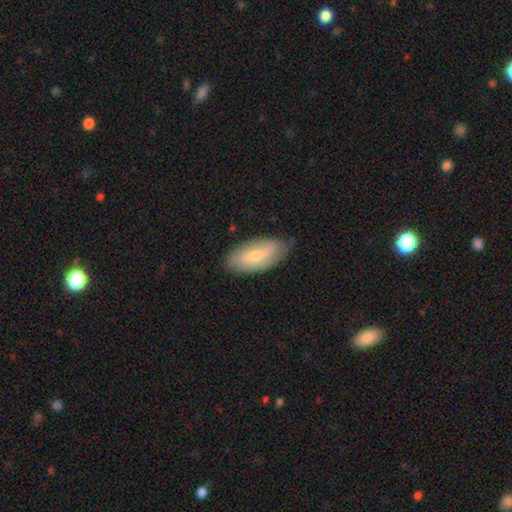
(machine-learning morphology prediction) Q: Smooth or featured?
A: smooth (54%); runner-up: featured or disk (40%)
Q: How rounded?
A: in between (87%); runner-up: cigar-shaped (10%)
Q: Merging?
A: none (74%); runner-up: minor disturbance (21%)